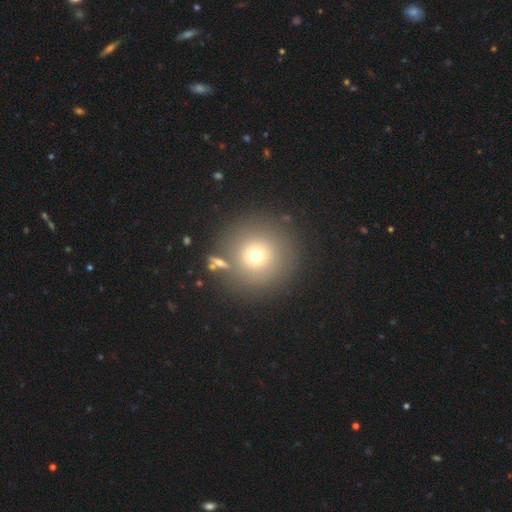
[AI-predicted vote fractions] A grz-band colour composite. It shows a smooth galaxy with no disk features (67%) that is round (95%). Merging: none (78%).